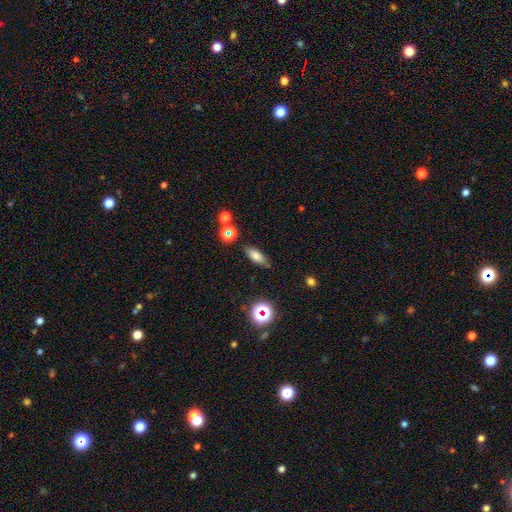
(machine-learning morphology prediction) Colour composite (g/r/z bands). It shows a smooth galaxy with no disk features (73%) that is in between round and cigar-shaped (71%). Merging: none (79%).